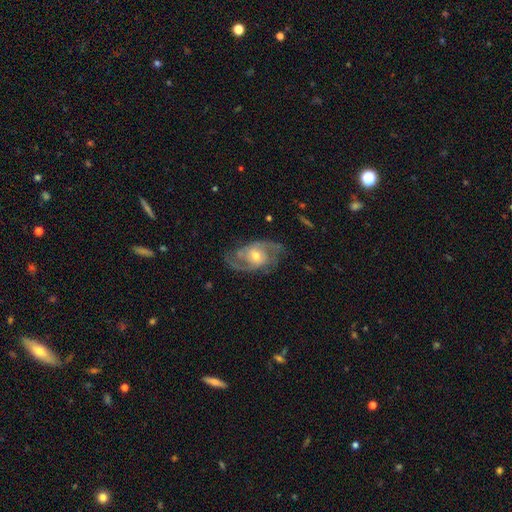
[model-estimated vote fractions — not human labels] This is clearly a featured or disk galaxy (87%). It is clearly not viewed edge-on (96%). Bar: possibly no (57%). Spiral arm pattern: clearly yes (96%). Spiral arm count: likely 2 (78%). Spiral winding: possibly medium (52%). Central bulge: possibly moderate (57%). Merging: likely none (75%).